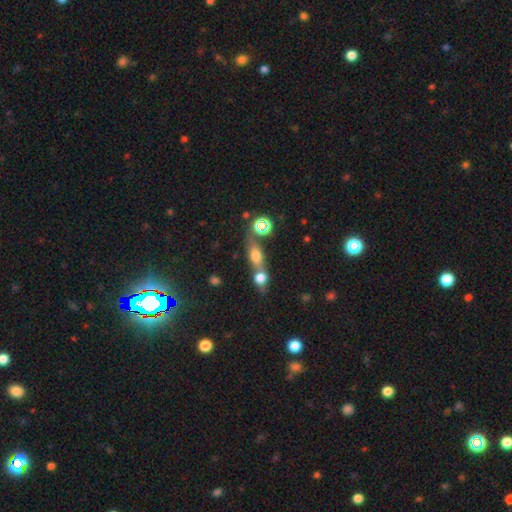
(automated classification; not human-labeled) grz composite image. It shows a smooth galaxy with no disk features (61%) that is in between round and cigar-shaped (51%). Merging: merger (51%).